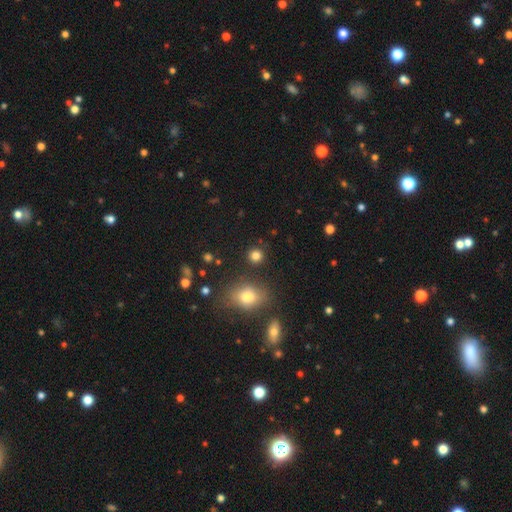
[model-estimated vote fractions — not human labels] This appears to be a smooth galaxy with no disk features (82%) that is round (89%). Merging: none (88%).